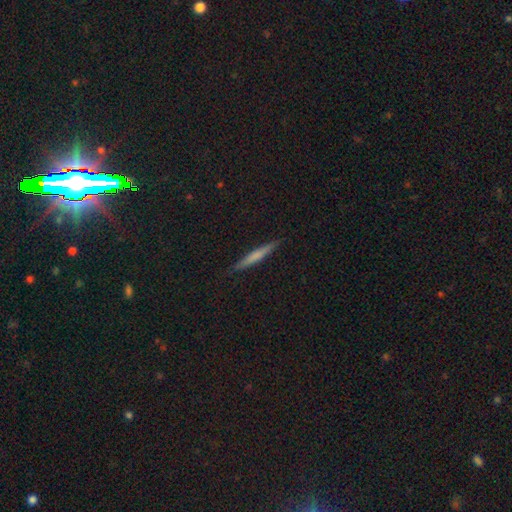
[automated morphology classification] A smooth galaxy with no disk features (57%) that is cigar-shaped (96%).

Vote fractions:
- Smooth or featured? smooth: 57% / featured or disk: 36% / star or artifact: 6%
- How rounded? cigar-shaped: 96% / in between: 3% / round: 1%
- Merging? none: 91% / minor disturbance: 7% / major disturbance: 1% / merger: 1%